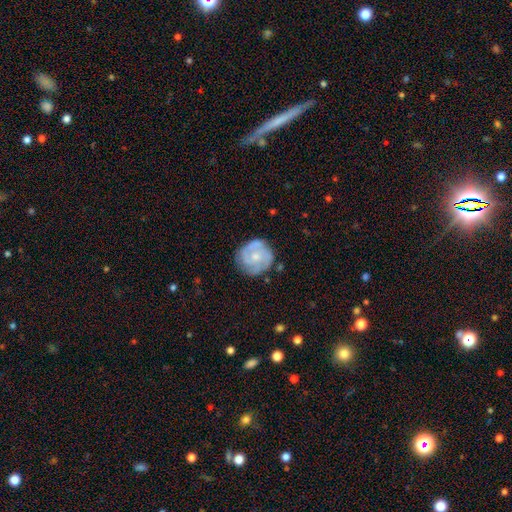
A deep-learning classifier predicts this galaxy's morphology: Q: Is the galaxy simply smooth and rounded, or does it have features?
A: featured or disk — 69%.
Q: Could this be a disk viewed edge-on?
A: no — 98%.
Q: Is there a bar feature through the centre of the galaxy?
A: no — 73%.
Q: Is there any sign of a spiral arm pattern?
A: yes — 86%.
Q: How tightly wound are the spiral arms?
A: tight — 50%.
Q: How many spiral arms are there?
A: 2 — 33%.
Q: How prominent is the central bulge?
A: small — 47%.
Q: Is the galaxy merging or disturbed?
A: none — 76%.